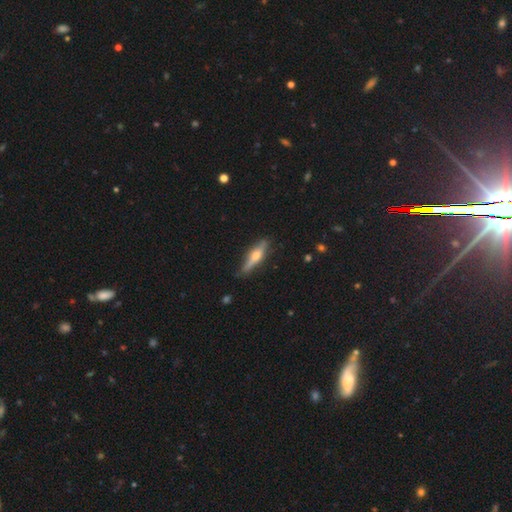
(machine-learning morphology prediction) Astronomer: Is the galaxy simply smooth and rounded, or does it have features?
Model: featured or disk — 58% (runner-up: smooth, 37%).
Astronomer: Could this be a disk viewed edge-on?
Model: yes — 94%.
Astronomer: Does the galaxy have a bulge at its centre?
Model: rounded — 90%.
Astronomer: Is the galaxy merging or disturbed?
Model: none — 80%.